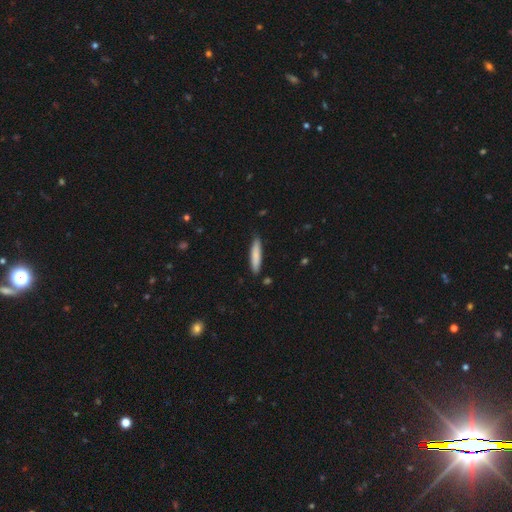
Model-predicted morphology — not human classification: A smooth galaxy with no disk features (81%) that is cigar-shaped (85%). Merging: none (86%).